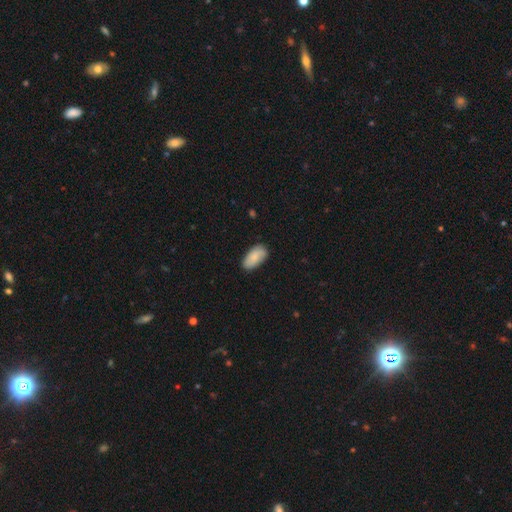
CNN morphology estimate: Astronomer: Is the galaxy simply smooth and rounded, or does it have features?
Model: smooth — 81%.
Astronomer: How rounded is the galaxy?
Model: in between — 94%.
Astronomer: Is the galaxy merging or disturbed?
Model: none — 77%.